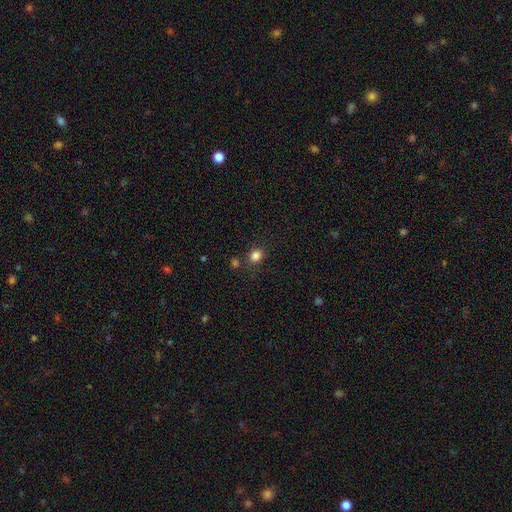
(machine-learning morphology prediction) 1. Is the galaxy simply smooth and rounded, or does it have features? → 83% smooth, 13% star or artifact, 4% featured or disk.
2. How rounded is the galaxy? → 66% round, 33% in between, 1% cigar-shaped.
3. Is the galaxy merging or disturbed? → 77% none, 11% minor disturbance, 8% merger, 4% major disturbance.